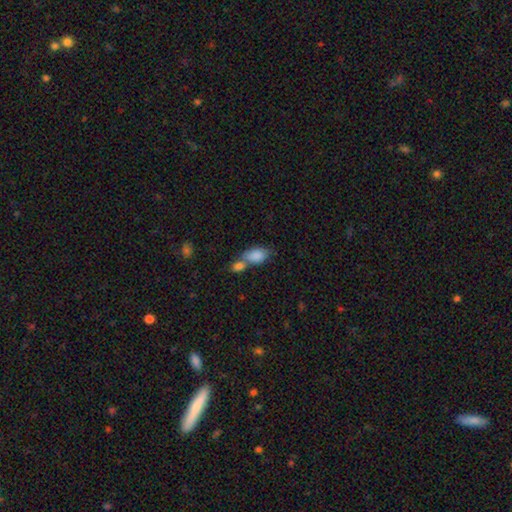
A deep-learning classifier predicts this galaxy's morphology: smooth 84%, featured or disk 8%, star or artifact 7%. Down the decision tree: how rounded — in between (89%); merging — merger (56%).